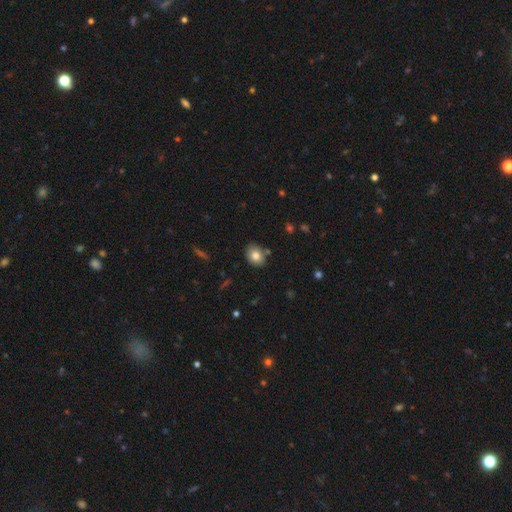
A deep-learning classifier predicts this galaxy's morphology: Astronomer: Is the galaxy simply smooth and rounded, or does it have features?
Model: smooth — 79%.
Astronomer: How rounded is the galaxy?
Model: in between — 55% (runner-up: round, 44%).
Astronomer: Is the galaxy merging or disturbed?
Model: none — 81%.